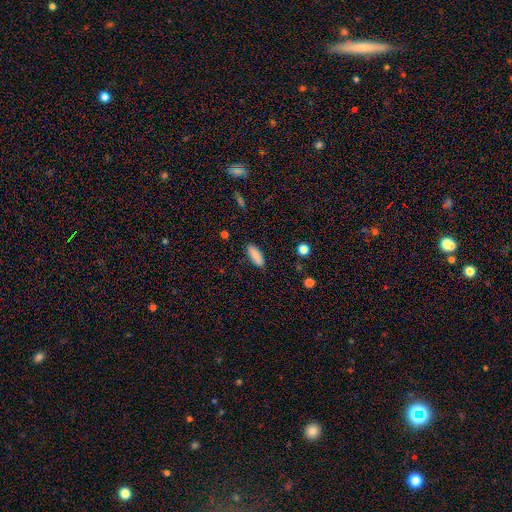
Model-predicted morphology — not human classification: smooth 89%, star or artifact 7%, featured or disk 4%. Down the decision tree: how rounded — in between (72%); merging — none (89%).